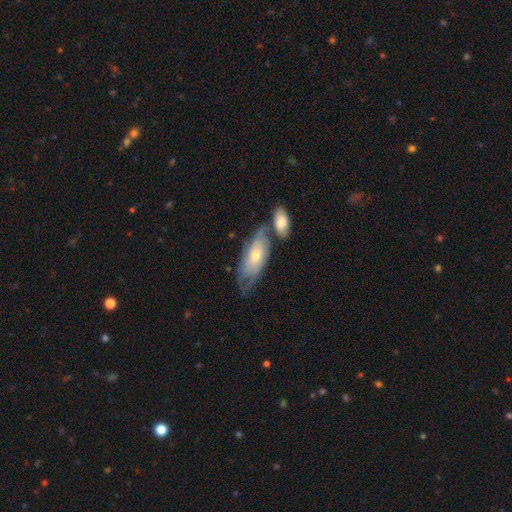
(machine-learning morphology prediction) Smooth or featured? featured or disk (54%)
Edge-on disk? no (84%)
Merging? none (41%)